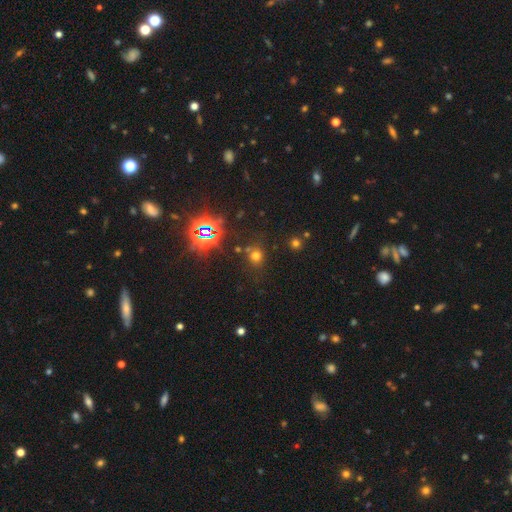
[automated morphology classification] Smooth or featured?
  - smooth: 59% *
  - star or artifact: 33%
  - featured or disk: 8%
How rounded?
  - round: 81% *
  - in between: 18%
  - cigar-shaped: 1%
Merging?
  - none: 73% *
  - minor disturbance: 12%
  - merger: 10%
  - major disturbance: 5%